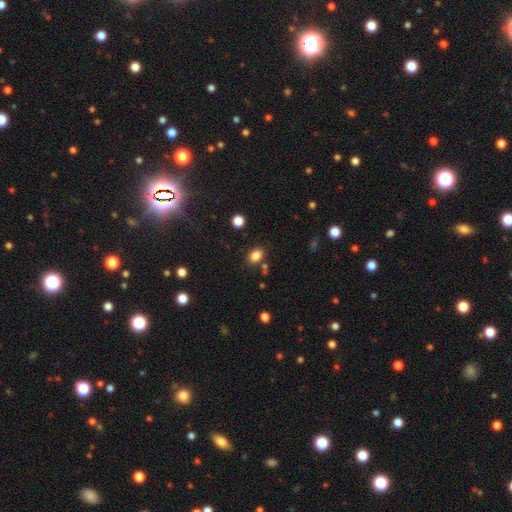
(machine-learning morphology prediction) The model was most divided on "how rounded": in between: 75%, round: 24%, cigar-shaped: 1%. More confident: smooth or featured — smooth (84%); merging — none (81%).